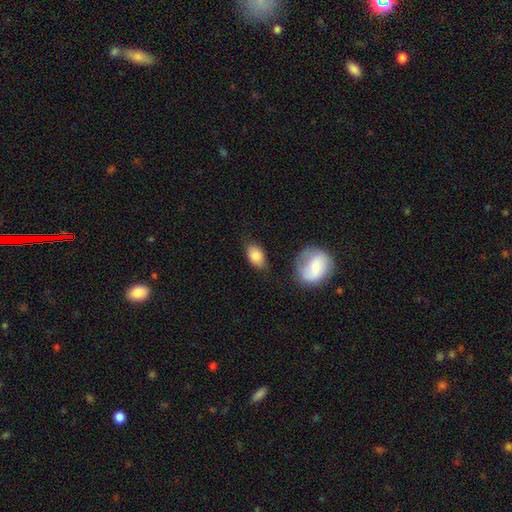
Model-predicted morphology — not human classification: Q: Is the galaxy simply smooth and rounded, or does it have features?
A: smooth — 84%.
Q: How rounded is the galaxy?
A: in between — 89%.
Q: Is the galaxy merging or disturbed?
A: none — 69%.